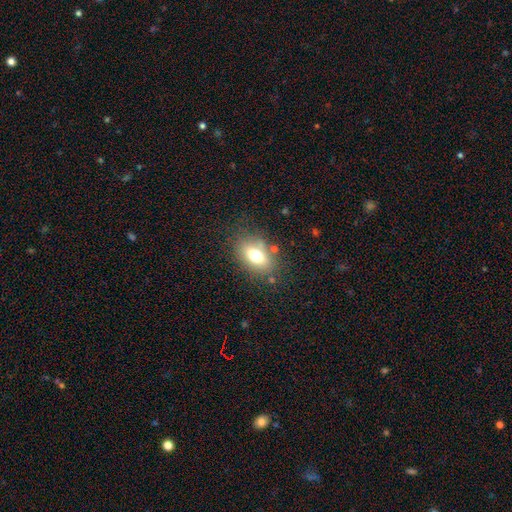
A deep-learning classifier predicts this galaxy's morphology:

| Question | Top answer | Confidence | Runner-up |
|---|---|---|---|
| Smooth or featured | smooth | 72% | featured or disk (17%) |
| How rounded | in between | 82% | round (16%) |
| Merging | none | 73% | minor disturbance (15%) |